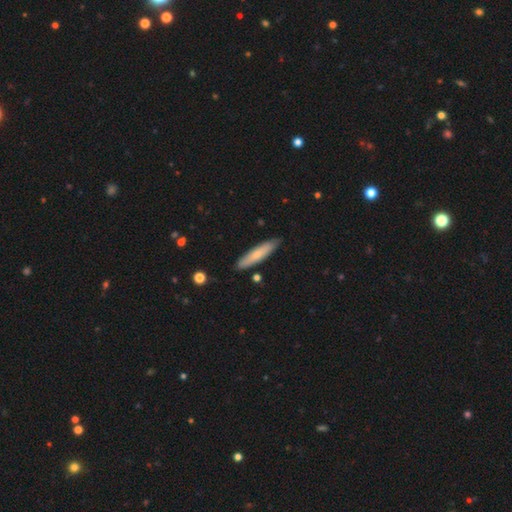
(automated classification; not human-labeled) Smooth or featured?
  - smooth: 68% *
  - featured or disk: 26%
  - star or artifact: 6%
How rounded?
  - cigar-shaped: 84% *
  - in between: 15%
  - round: 1%
Merging?
  - none: 87% *
  - minor disturbance: 10%
  - major disturbance: 2%
  - merger: 2%